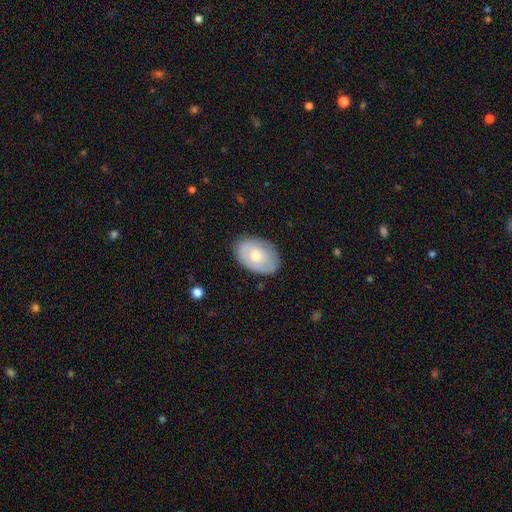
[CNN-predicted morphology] Overall: smooth (63%; featured or disk 31%). How rounded: in between (83%). Merging: none (82%).